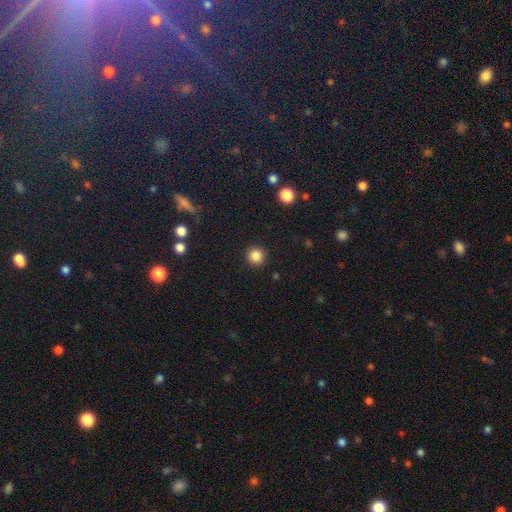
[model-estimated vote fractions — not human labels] Smooth or featured? Predicted: smooth (p=0.86). How rounded? Predicted: round (p=0.95). Merging? Predicted: none (p=0.92).